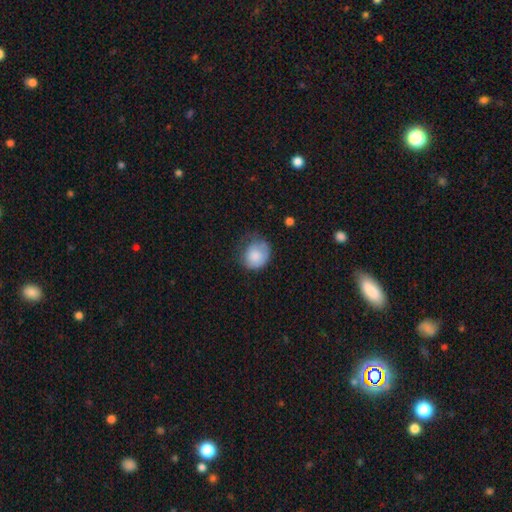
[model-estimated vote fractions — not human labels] This appears to be a smooth galaxy with no disk features (79%) that is round (73%). Merging: none (45%).